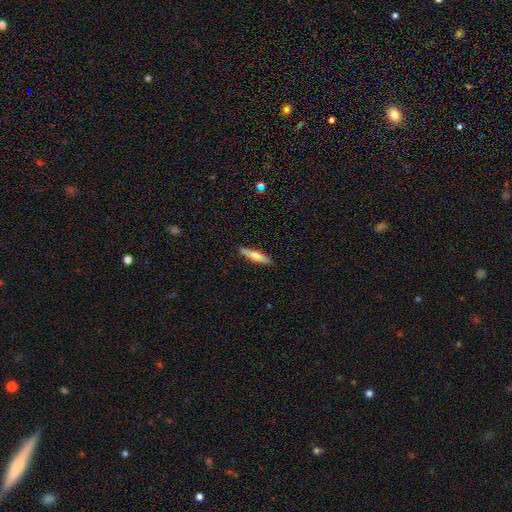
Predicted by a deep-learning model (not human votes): A smooth galaxy with no disk features (61%) that is cigar-shaped (83%). Merging: none (89%).